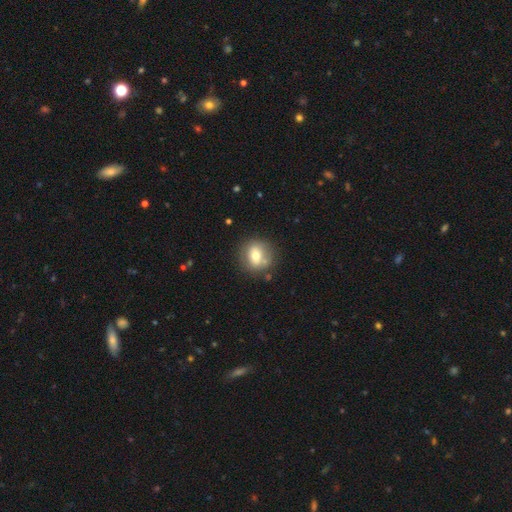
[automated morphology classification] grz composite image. It shows a smooth galaxy with no disk features (63%) that is round (82%). Merging: none (76%).